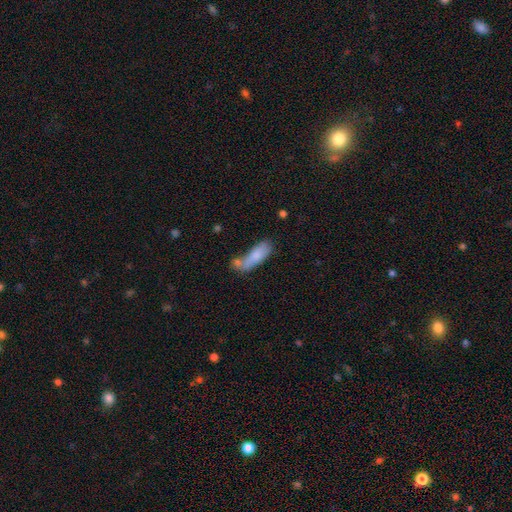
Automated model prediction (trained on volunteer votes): This appears to be a smooth galaxy with no disk features (77%) that is in between round and cigar-shaped (56%). Merging: none (40%).